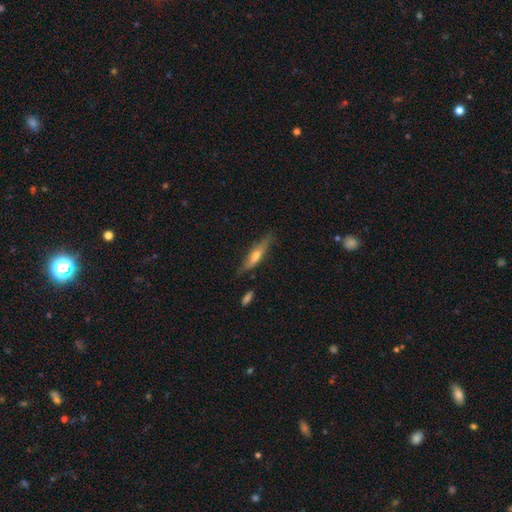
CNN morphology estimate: type=featured or disk (53%); edge-on=yes (89%); merging=none (78%).